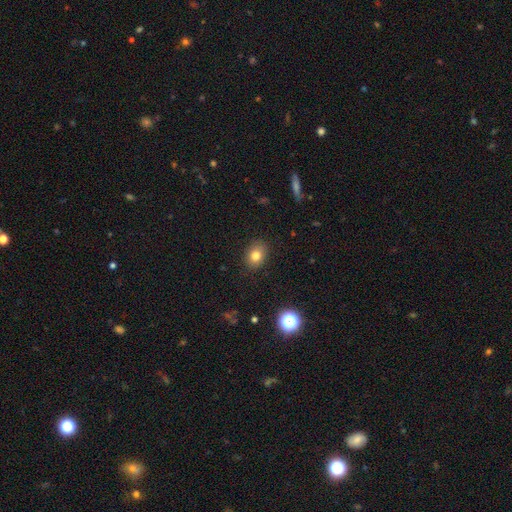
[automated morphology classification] smooth-or-featured: smooth: 80% | star or artifact: 11% | featured or disk: 9%
  how-rounded: in between: 62% | round: 37% | cigar-shaped: 1%
  merging: none: 87% | minor disturbance: 10% | major disturbance: 2% | merger: 1%